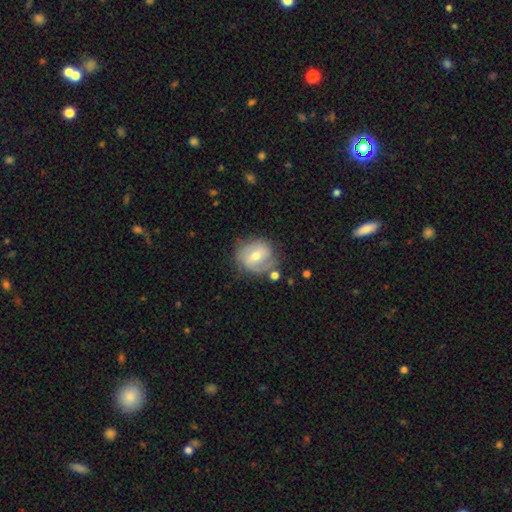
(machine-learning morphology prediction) Q: Smooth or featured?
A: featured or disk (64%); runner-up: smooth (29%)
Q: Edge-on disk?
A: no (97%); runner-up: yes (3%)
Q: Bar?
A: weak (52%); runner-up: no (31%)
Q: Spiral arms?
A: yes (85%); runner-up: no (15%)
Q: Spiral winding?
A: tight (42%); runner-up: medium (41%)
Q: Spiral arm count?
A: 2 (60%); runner-up: can't tell (20%)
Q: Bulge size?
A: moderate (57%); runner-up: small (38%)
Q: Merging?
A: none (63%); runner-up: minor disturbance (21%)